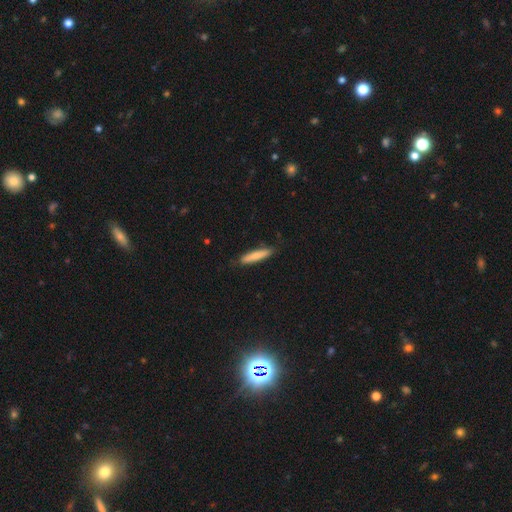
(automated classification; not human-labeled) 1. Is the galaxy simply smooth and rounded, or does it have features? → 79% smooth, 16% featured or disk, 5% star or artifact.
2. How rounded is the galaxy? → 88% cigar-shaped, 10% in between, 1% round.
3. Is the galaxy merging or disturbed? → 85% none, 12% minor disturbance, 2% major disturbance, 1% merger.